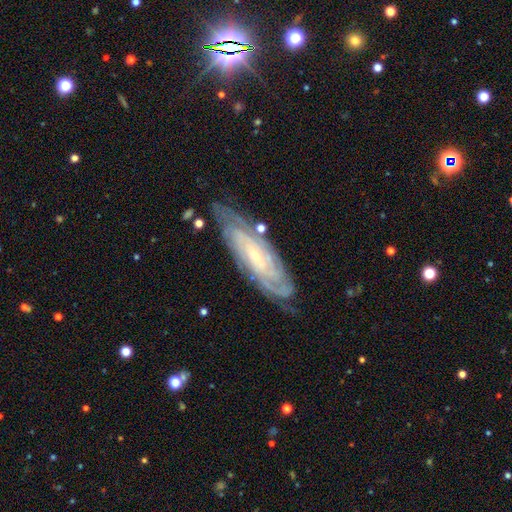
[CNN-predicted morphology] Smooth or featured?
  - featured or disk: 86% *
  - smooth: 9%
  - star or artifact: 6%
Edge-on disk?
  - no: 87% *
  - yes: 13%
Bar?
  - no: 63% *
  - weak: 26%
  - strong: 10%
Spiral arms?
  - yes: 97% *
  - no: 3%
Spiral winding?
  - tight: 78% *
  - medium: 18%
  - loose: 3%
Spiral arm count?
  - can't tell: 35% *
  - 4: 24%
  - 3: 14%
  - 2: 11%
  - more than 4: 11%
  - 1: 5%
Bulge size?
  - small: 79% *
  - moderate: 17%
  - none: 2%
  - large: 1%
  - dominant: 1%
Merging?
  - none: 76% *
  - minor disturbance: 17%
  - major disturbance: 4%
  - merger: 2%